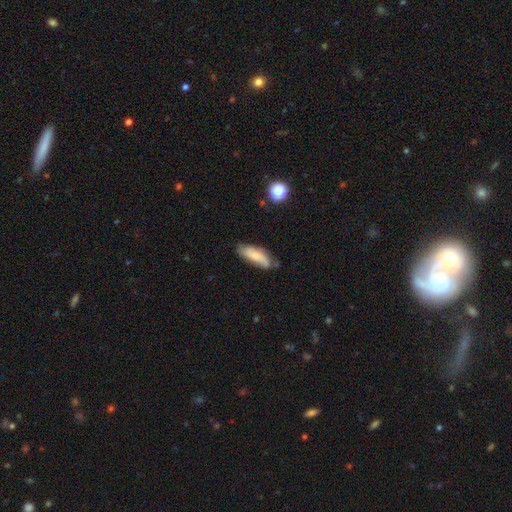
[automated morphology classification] This is likely a smooth galaxy (67%). How rounded: likely in between (61%). Merging: likely none (60%).